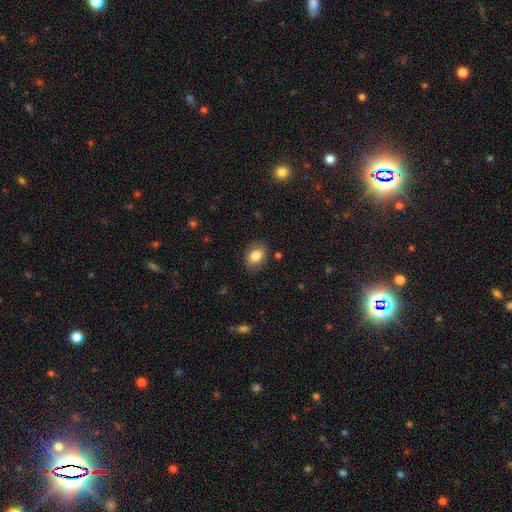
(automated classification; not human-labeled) Smooth or featured?
  - smooth: 82% *
  - featured or disk: 10%
  - star or artifact: 9%
How rounded?
  - in between: 73% *
  - round: 26%
  - cigar-shaped: 1%
Merging?
  - none: 82% *
  - minor disturbance: 13%
  - major disturbance: 3%
  - merger: 1%